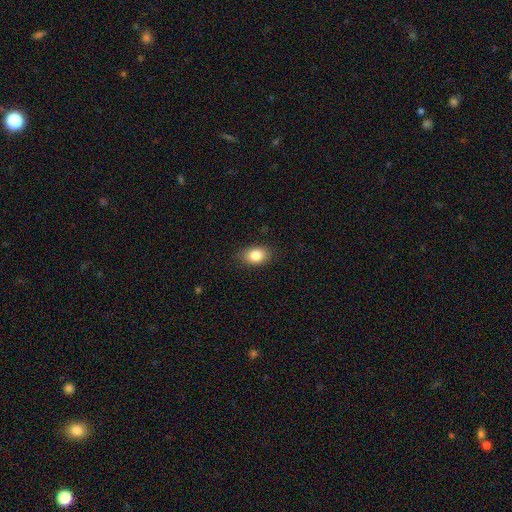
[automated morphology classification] This is clearly a smooth galaxy (84%). How rounded: clearly in between (80%). Merging: clearly none (86%).